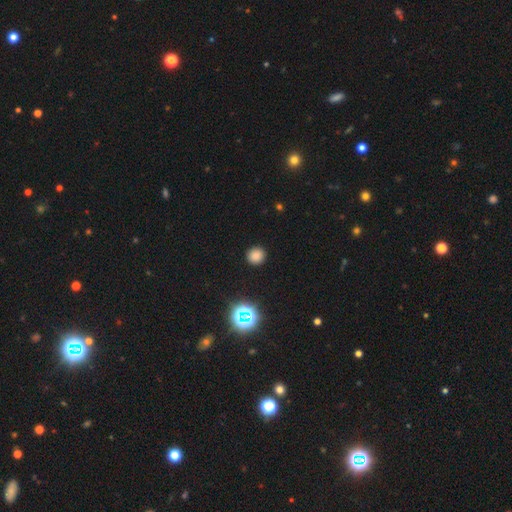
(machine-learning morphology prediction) A smooth galaxy with no disk features (79%) that is round (91%). Merging: none (91%).